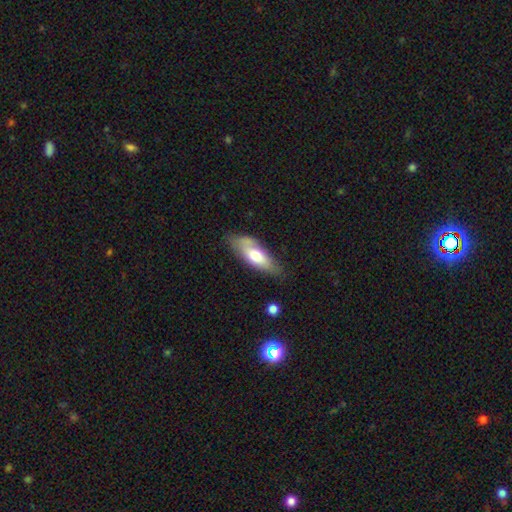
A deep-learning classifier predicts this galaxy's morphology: type=smooth (61%); roundness=in between (68%); merging=none (64%).